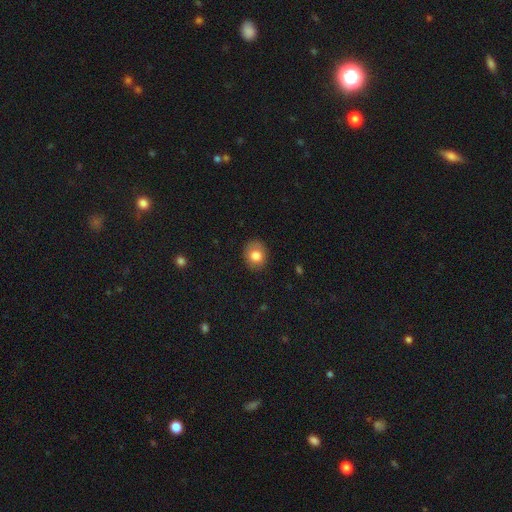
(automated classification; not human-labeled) smooth-or-featured: smooth: 79% | featured or disk: 12% | star or artifact: 9%
  how-rounded: round: 65% | in between: 34% | cigar-shaped: 1%
  merging: none: 85% | minor disturbance: 11% | major disturbance: 3% | merger: 1%